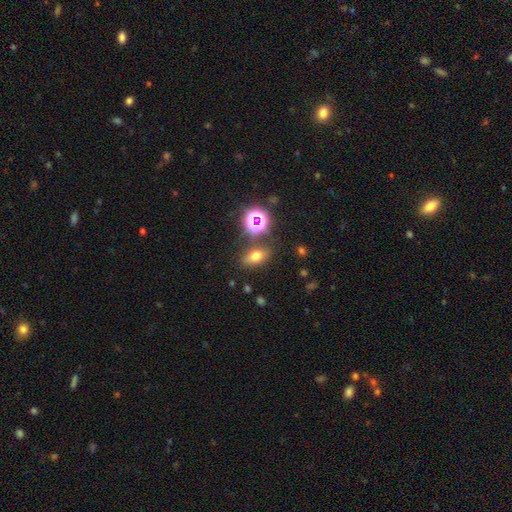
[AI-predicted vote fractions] This is likely a smooth galaxy (64%). How rounded: likely in between (74%). Merging: likely none (78%).